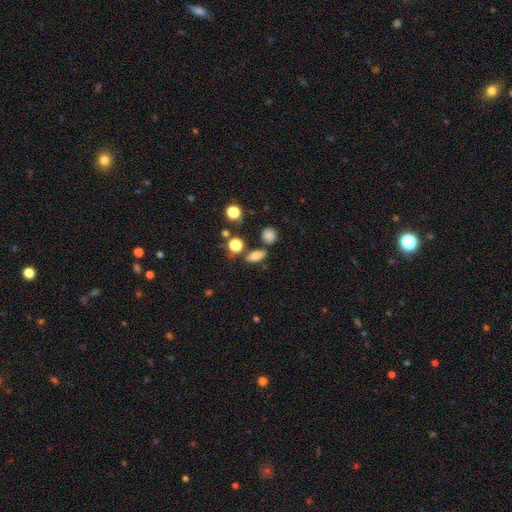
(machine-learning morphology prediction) This appears to be a smooth galaxy with no disk features (79%) that is in between round and cigar-shaped (76%). Merging: none (73%).